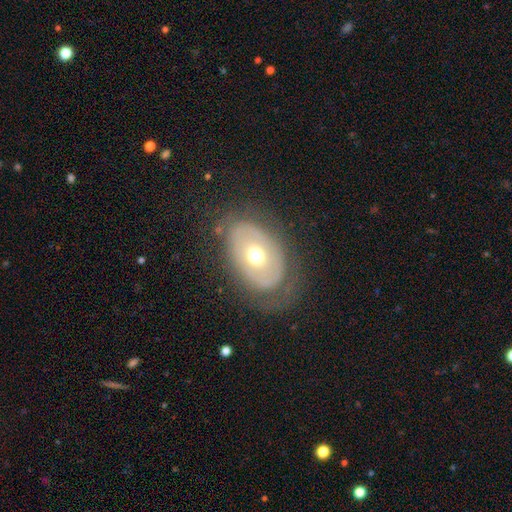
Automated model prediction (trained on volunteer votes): Morphology: type=featured or disk (56%); edge-on=no (91%); bar=no (85%); spiral arms=no (78%); bulge=moderate (73%); merging=none (71%).